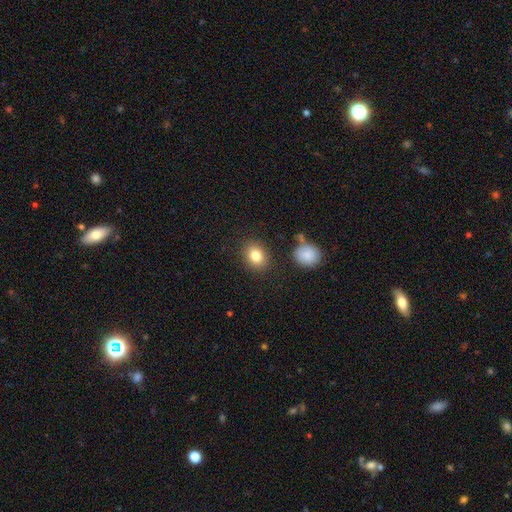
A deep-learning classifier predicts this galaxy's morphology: A smooth galaxy with no disk features (83%) that is in between round and cigar-shaped (52%). Merging: none (84%).